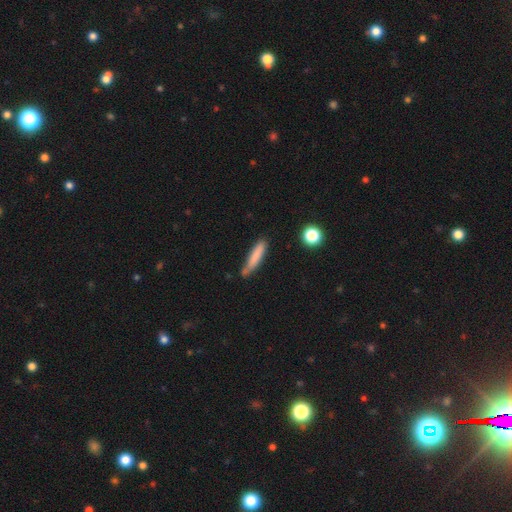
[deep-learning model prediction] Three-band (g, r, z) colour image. It shows a smooth galaxy with no disk features (79%) that is cigar-shaped (88%). Merging: none (63%).